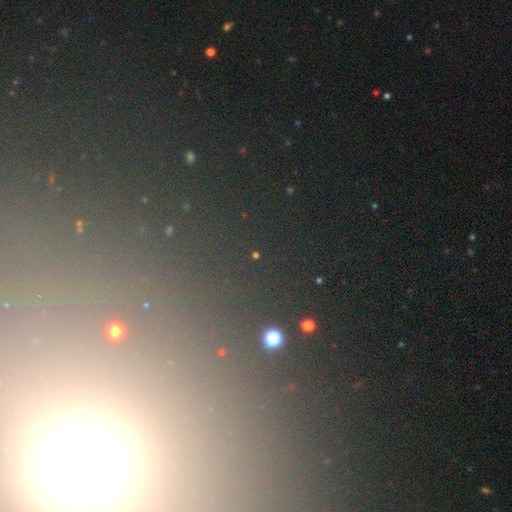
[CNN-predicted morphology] Smooth or featured: star or artifact — 67% (smooth — 23%)